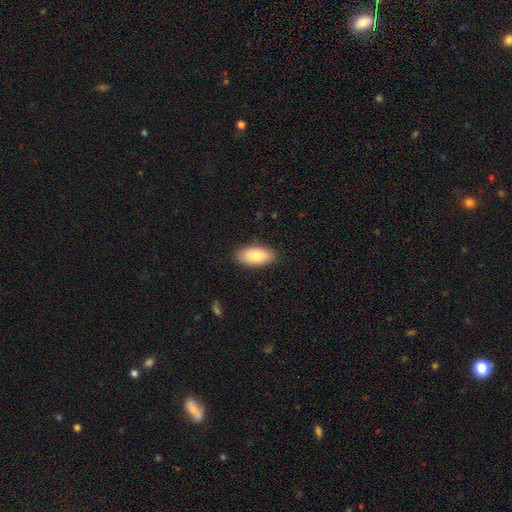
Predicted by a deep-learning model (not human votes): Overall: smooth (84%). How rounded: in between (92%). Merging: none (87%).